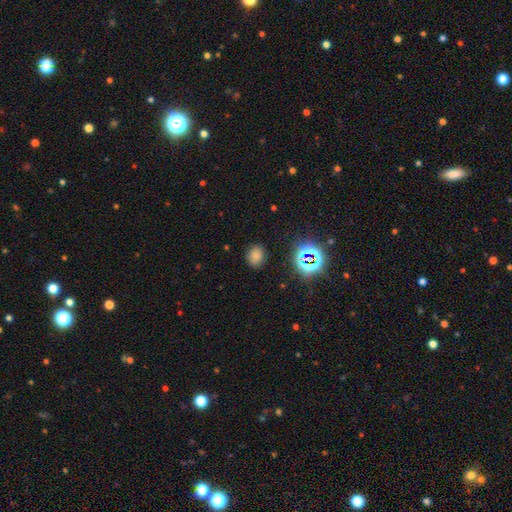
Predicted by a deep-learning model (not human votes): A smooth galaxy with no disk features (73%) that is in between round and cigar-shaped (50%).

Vote fractions:
- Smooth or featured? smooth: 73% / star or artifact: 21% / featured or disk: 6%
- How rounded? in between: 50% / round: 49% / cigar-shaped: 1%
- Merging? none: 84% / minor disturbance: 11% / major disturbance: 3% / merger: 2%